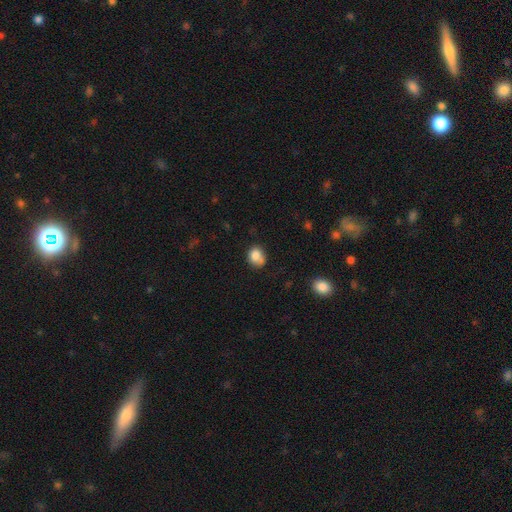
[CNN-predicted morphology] The model was most divided on "how rounded": round: 58%, in between: 41%, cigar-shaped: 1%. More confident: smooth or featured — smooth (80%); merging — none (56%).